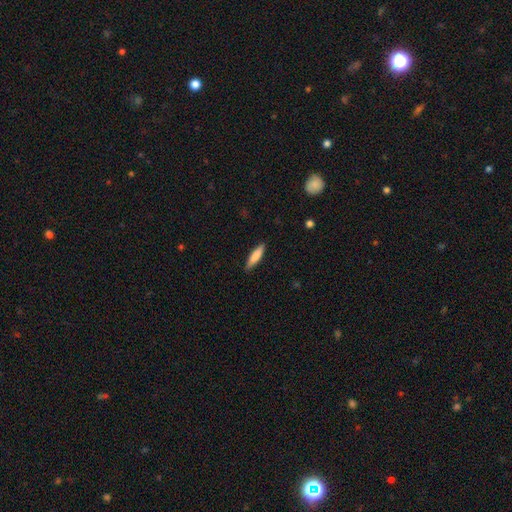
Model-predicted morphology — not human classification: Overall: smooth (80%). How rounded: cigar-shaped (79%). Merging: none (88%).